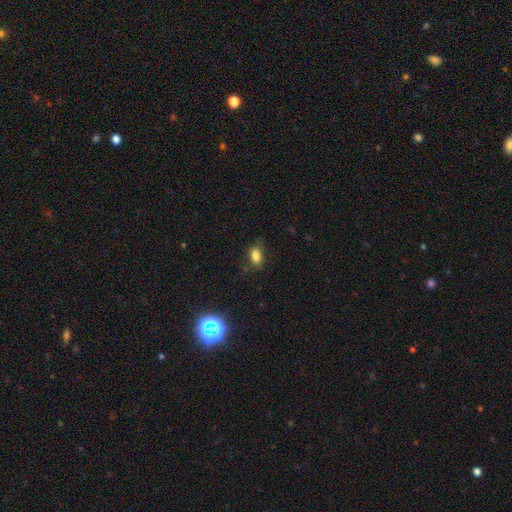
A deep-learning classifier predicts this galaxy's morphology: A smooth galaxy with no disk features (81%) that is in between round and cigar-shaped (86%).

Vote fractions:
- Smooth or featured? smooth: 81% / star or artifact: 12% / featured or disk: 7%
- How rounded? in between: 86% / round: 10% / cigar-shaped: 4%
- Merging? none: 70% / minor disturbance: 21% / major disturbance: 7% / merger: 2%